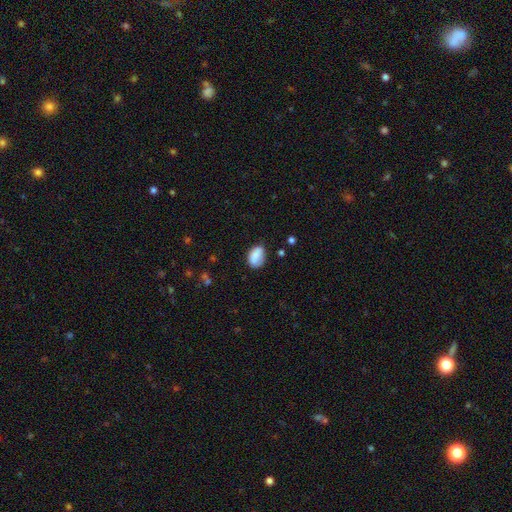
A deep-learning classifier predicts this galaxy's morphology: A smooth galaxy with no disk features (82%) that is in between round and cigar-shaped (82%).

Vote fractions:
- Smooth or featured? smooth: 82% / featured or disk: 10% / star or artifact: 8%
- How rounded? in between: 82% / round: 17% / cigar-shaped: 1%
- Merging? none: 66% / minor disturbance: 24% / major disturbance: 6% / merger: 3%